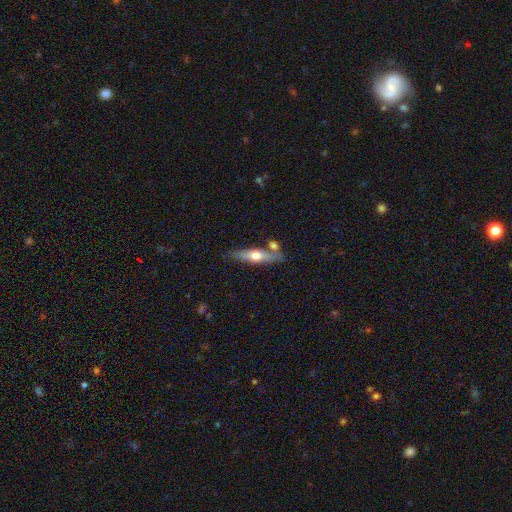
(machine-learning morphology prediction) A smooth galaxy with no disk features (48%).

Vote fractions:
- Smooth or featured? smooth: 48% / featured or disk: 47% / star or artifact: 6%
- Merging? none: 68% / merger: 15% / minor disturbance: 13% / major disturbance: 3%